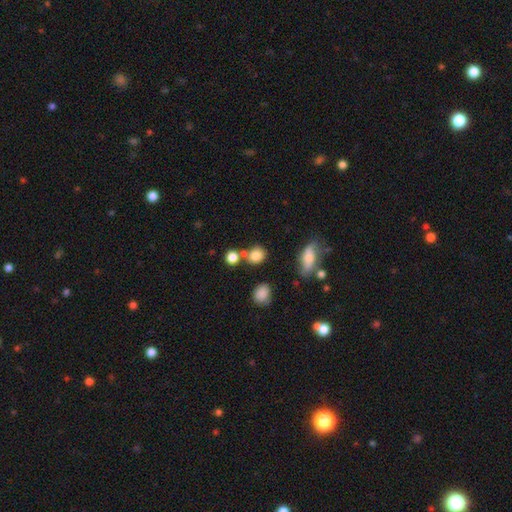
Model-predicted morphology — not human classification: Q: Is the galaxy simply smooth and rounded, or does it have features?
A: smooth — 81%.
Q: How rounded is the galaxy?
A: round — 75%.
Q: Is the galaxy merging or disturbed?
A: none — 61%.